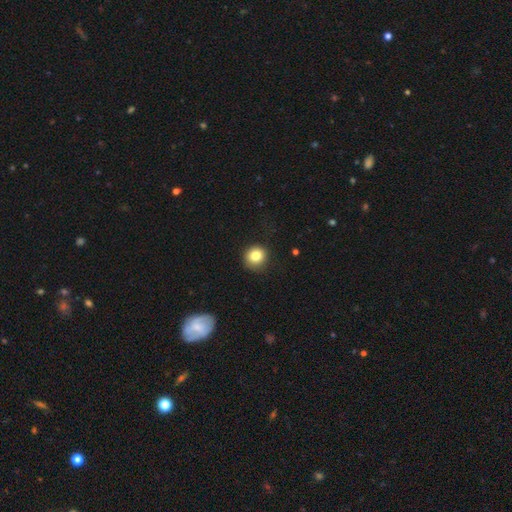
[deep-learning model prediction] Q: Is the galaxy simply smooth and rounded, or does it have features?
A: smooth — 82%.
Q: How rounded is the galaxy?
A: round — 91%.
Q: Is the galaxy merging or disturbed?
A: none — 86%.